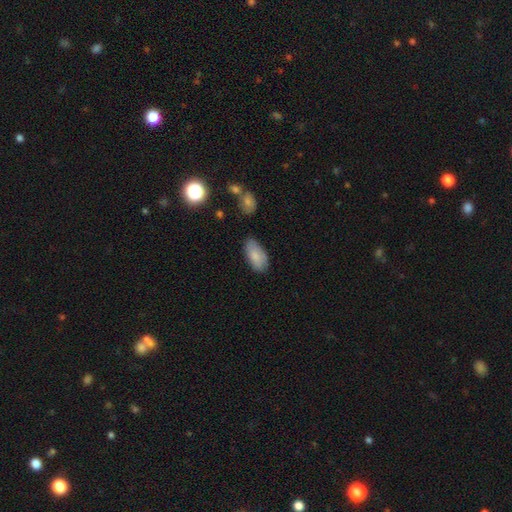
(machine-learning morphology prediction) Smooth or featured? Predicted: smooth (p=0.83). How rounded? Predicted: in between (p=0.93). Merging? Predicted: none (p=0.74).